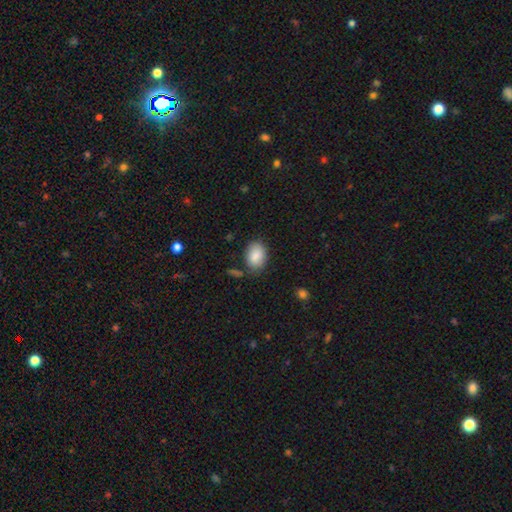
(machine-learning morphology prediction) This appears to be a smooth galaxy with no disk features (87%) that is in between round and cigar-shaped (82%). Merging: none (74%).